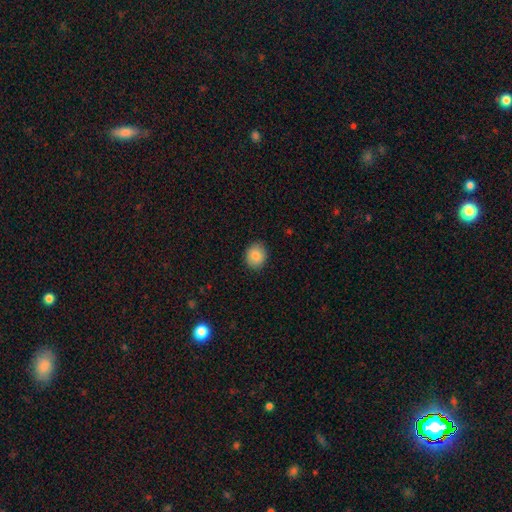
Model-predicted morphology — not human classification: smooth-or-featured: smooth: 87% | star or artifact: 8% | featured or disk: 5%
  how-rounded: round: 70% | in between: 29% | cigar-shaped: 1%
  merging: none: 89% | minor disturbance: 8% | major disturbance: 2% | merger: 1%